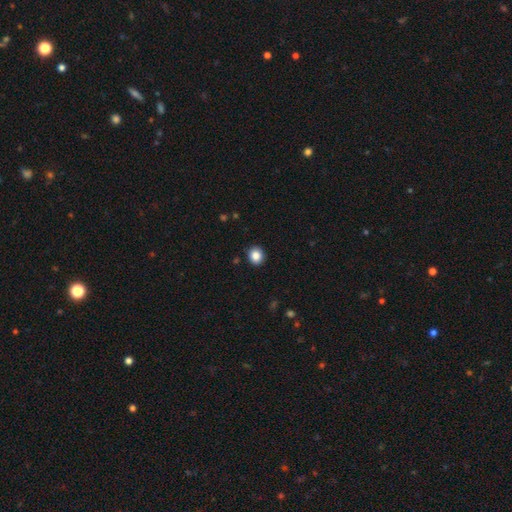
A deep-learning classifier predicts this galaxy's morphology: Q: Smooth or featured?
A: smooth (85%); runner-up: star or artifact (10%)
Q: How rounded?
A: round (79%); runner-up: in between (21%)
Q: Merging?
A: none (91%); runner-up: minor disturbance (6%)